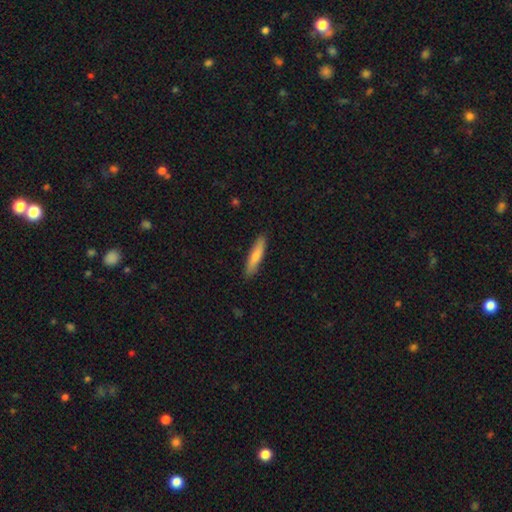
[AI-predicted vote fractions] A smooth galaxy with no disk features (76%) that is cigar-shaped (81%). Merging: none (88%).